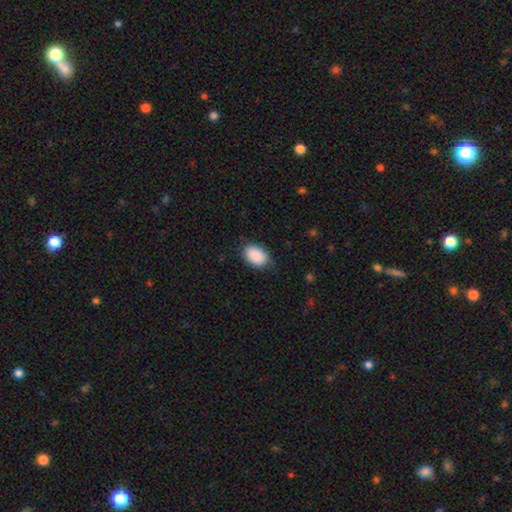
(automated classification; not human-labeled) Smooth or featured: smooth — 90% (star or artifact — 6%)
How rounded: in between — 87% (round — 12%)
Merging: none — 82% (minor disturbance — 14%)